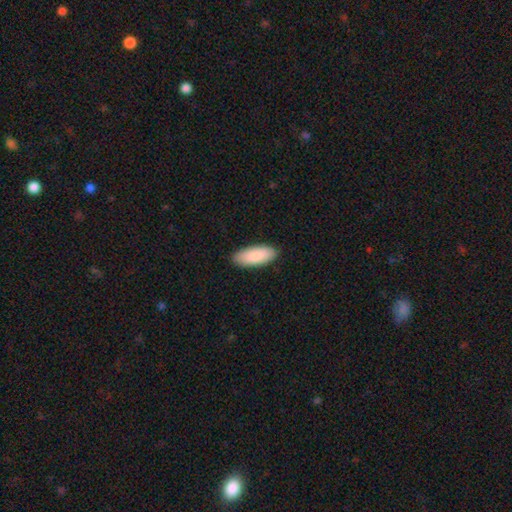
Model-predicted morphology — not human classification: Smooth or featured: smooth — 90% (featured or disk — 5%)
How rounded: in between — 83% (cigar-shaped — 15%)
Merging: none — 89% (minor disturbance — 9%)